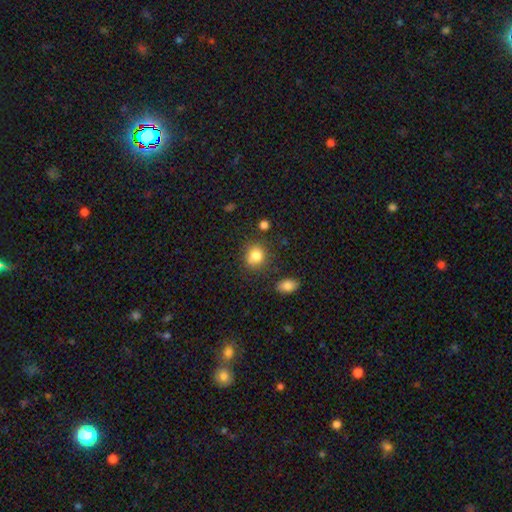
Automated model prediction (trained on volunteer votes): Overall: smooth (84%). How rounded: round (74%). Merging: none (76%).